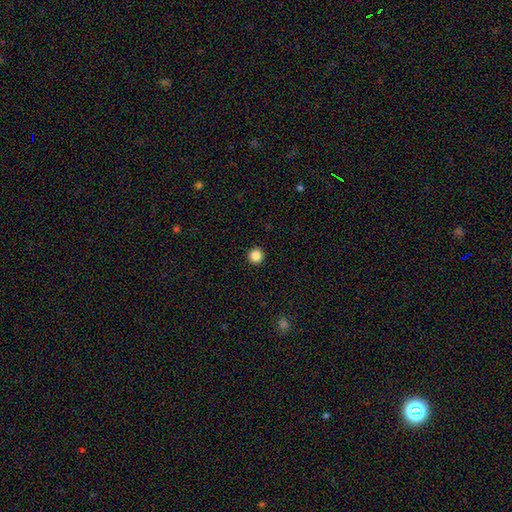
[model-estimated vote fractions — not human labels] A smooth galaxy with no disk features (86%) that is round (96%). Merging: none (94%).